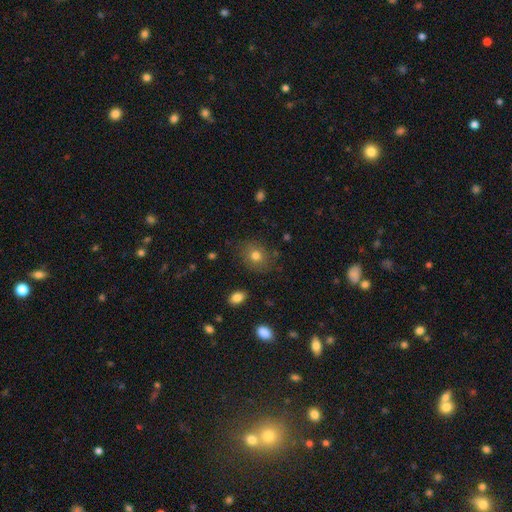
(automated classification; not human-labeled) smooth-or-featured: smooth: 76% | featured or disk: 12% | star or artifact: 12%
  how-rounded: round: 59% | in between: 40% | cigar-shaped: 1%
  merging: none: 81% | minor disturbance: 13% | major disturbance: 4% | merger: 2%